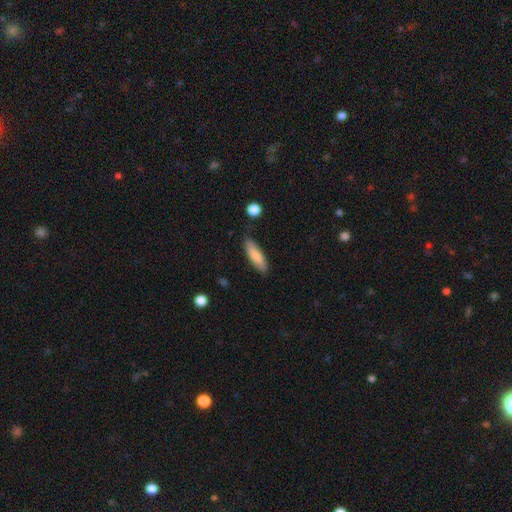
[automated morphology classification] smooth_or_featured: smooth (p=0.81) [alt: featured or disk p=0.13]
how_rounded: cigar-shaped (p=0.55) [alt: in between p=0.43]
merging: none (p=0.81) [alt: minor disturbance p=0.15]